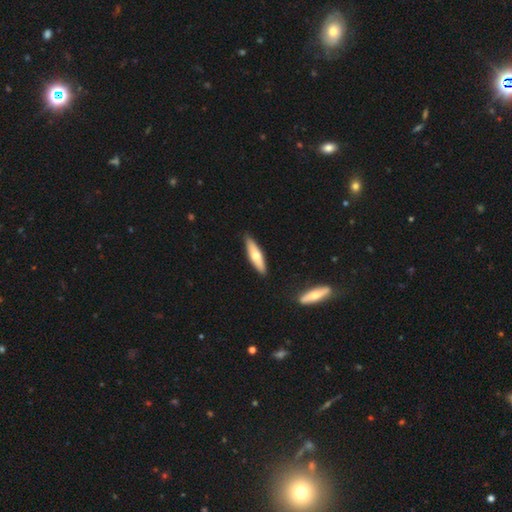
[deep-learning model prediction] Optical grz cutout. It shows a smooth galaxy with no disk features (57%) that is cigar-shaped (68%). Merging: none (88%).